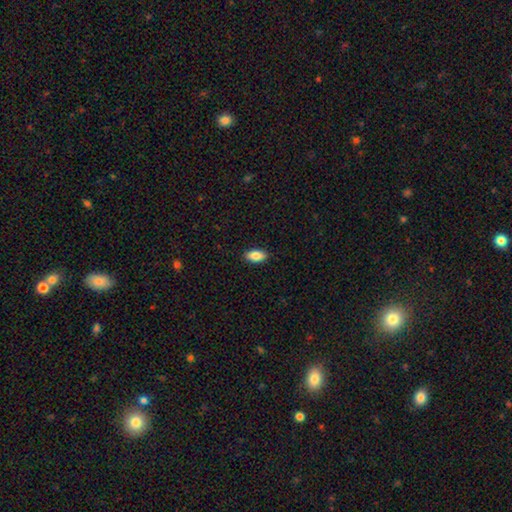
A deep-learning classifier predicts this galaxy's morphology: The model was most divided on "smooth or featured": smooth: 86%, featured or disk: 8%, star or artifact: 7%. More confident: how rounded — in between (91%); merging — none (89%).